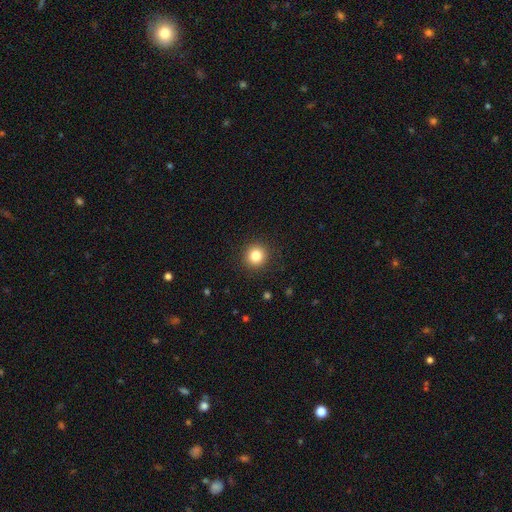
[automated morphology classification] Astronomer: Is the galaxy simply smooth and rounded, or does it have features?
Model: smooth — 83%.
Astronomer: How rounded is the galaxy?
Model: round — 93%.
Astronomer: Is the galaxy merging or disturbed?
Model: none — 91%.